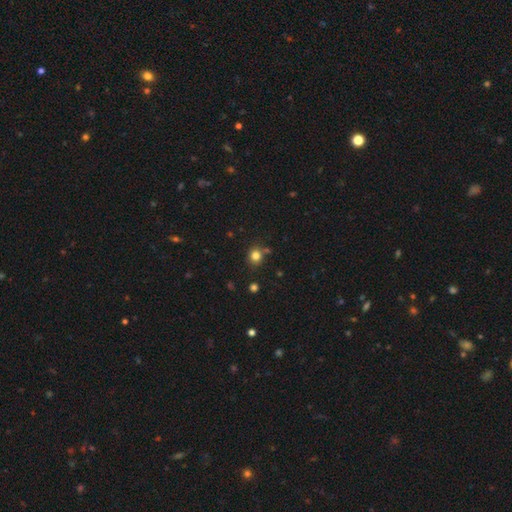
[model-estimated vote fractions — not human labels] This is clearly a smooth galaxy (80%). How rounded: clearly round (83%). Merging: likely none (78%).